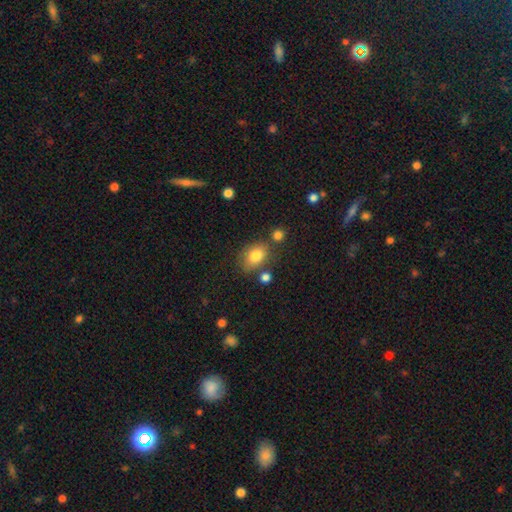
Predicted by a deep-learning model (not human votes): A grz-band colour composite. It shows a smooth galaxy with no disk features (81%) that is in between round and cigar-shaped (75%). Merging: none (67%).